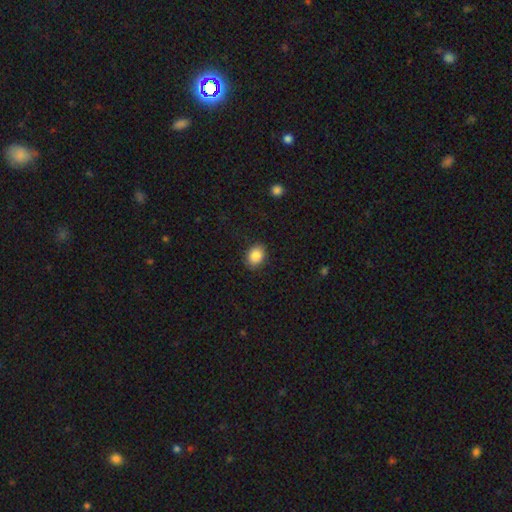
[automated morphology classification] Smooth or featured: smooth — 86% (star or artifact — 8%)
How rounded: in between — 62% (round — 38%)
Merging: none — 88% (minor disturbance — 9%)